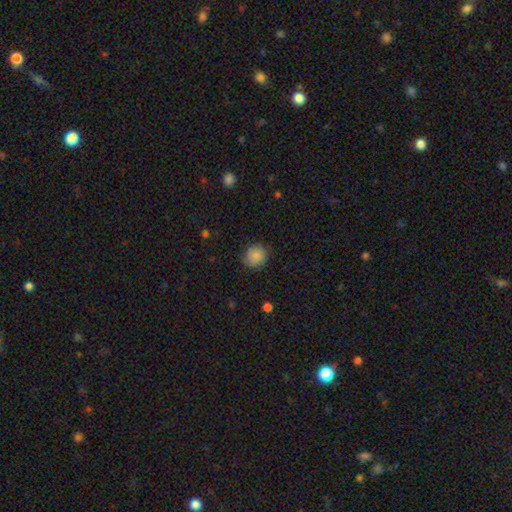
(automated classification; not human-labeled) This appears to be a smooth galaxy with no disk features (85%) that is round (86%). Merging: none (81%).